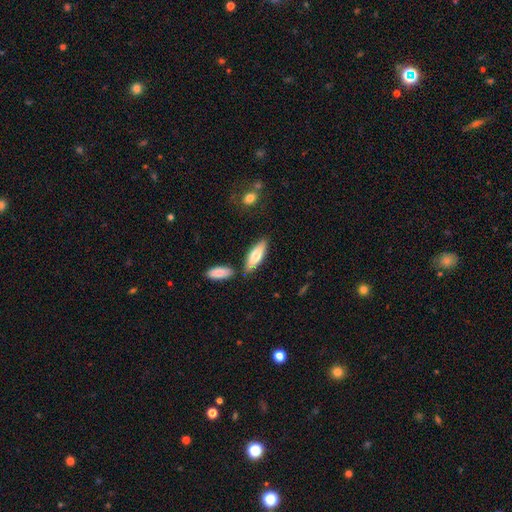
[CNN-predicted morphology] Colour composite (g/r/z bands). It shows a smooth galaxy with no disk features (75%) that is in between round and cigar-shaped (57%). Merging: none (76%).